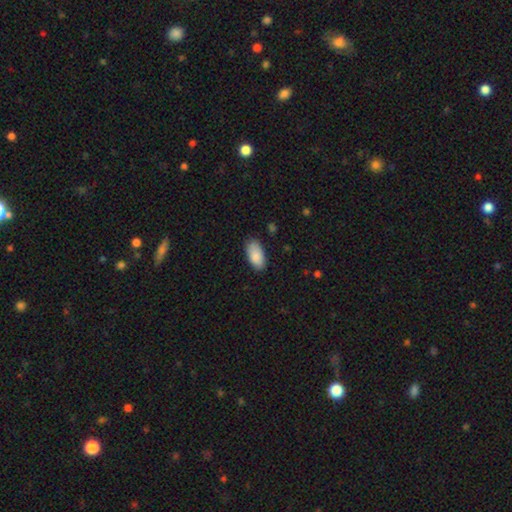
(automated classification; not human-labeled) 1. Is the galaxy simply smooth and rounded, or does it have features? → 88% smooth, 6% star or artifact, 6% featured or disk.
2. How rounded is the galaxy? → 94% in between, 4% cigar-shaped, 2% round.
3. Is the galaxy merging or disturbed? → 80% none, 16% minor disturbance, 3% major disturbance, 1% merger.